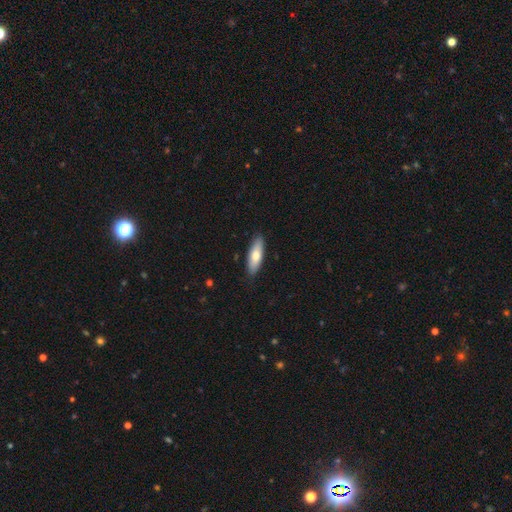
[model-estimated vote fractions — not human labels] The model was most divided on "how rounded": in between: 55%, cigar-shaped: 43%, round: 2%. More confident: merging — none (88%); smooth or featured — smooth (71%).